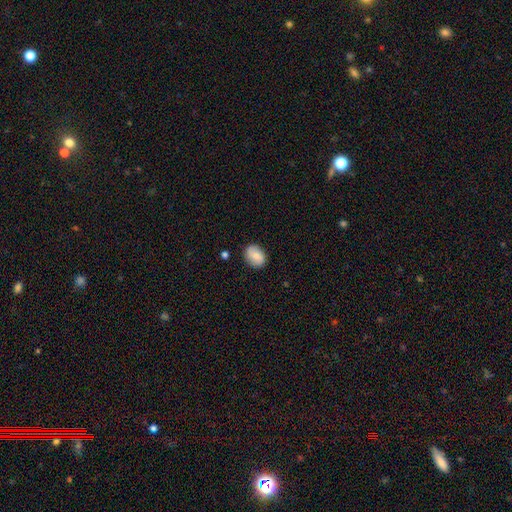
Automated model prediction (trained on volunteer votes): This appears to be a smooth galaxy with no disk features (74%) that is in between round and cigar-shaped (58%). Merging: none (83%).